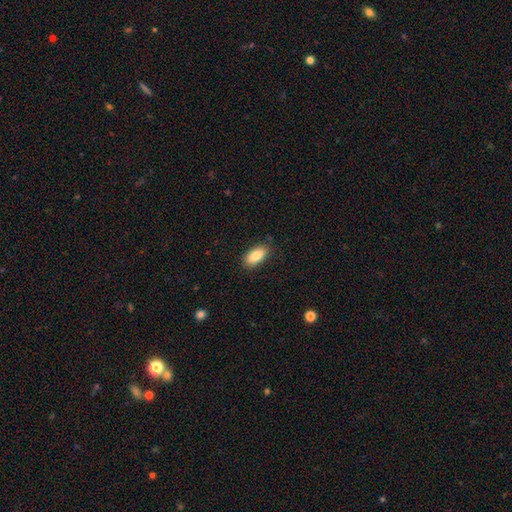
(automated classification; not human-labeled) A smooth galaxy with no disk features (84%) that is in between round and cigar-shaped (90%). Merging: none (86%).